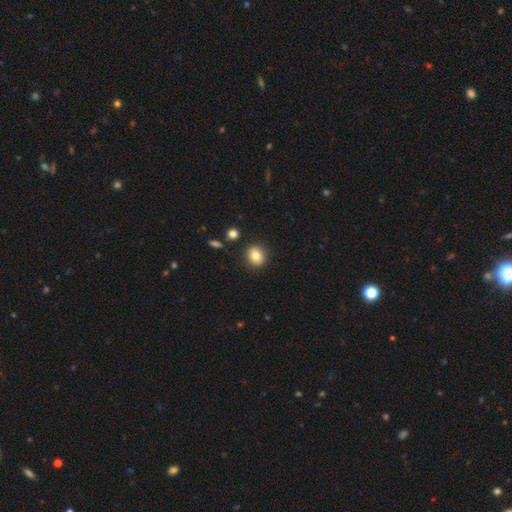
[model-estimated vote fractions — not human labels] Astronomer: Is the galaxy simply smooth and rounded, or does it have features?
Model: smooth — 80%.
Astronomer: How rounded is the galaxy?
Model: round — 73%.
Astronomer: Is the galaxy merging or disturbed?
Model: none — 88%.